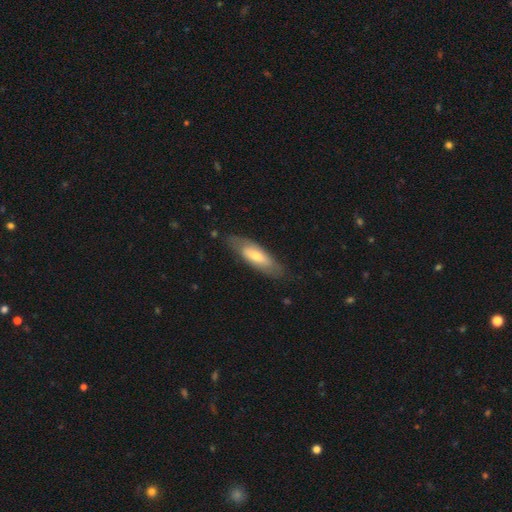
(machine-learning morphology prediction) smooth_or_featured: smooth (p=0.54) [alt: featured or disk p=0.40]
how_rounded: in between (p=0.56) [alt: cigar-shaped p=0.42]
merging: none (p=0.77) [alt: minor disturbance p=0.17]